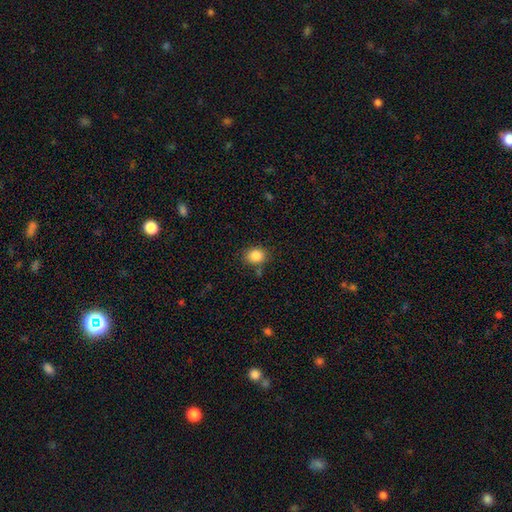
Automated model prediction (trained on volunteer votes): The model was most divided on "how rounded": round: 52%, in between: 47%, cigar-shaped: 1%. More confident: smooth or featured — smooth (85%); merging — none (78%).